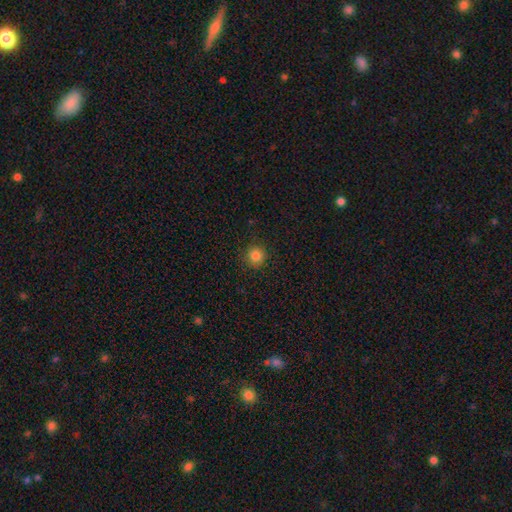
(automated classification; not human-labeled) This is clearly a smooth galaxy (84%). How rounded: clearly round (93%). Merging: clearly none (90%).